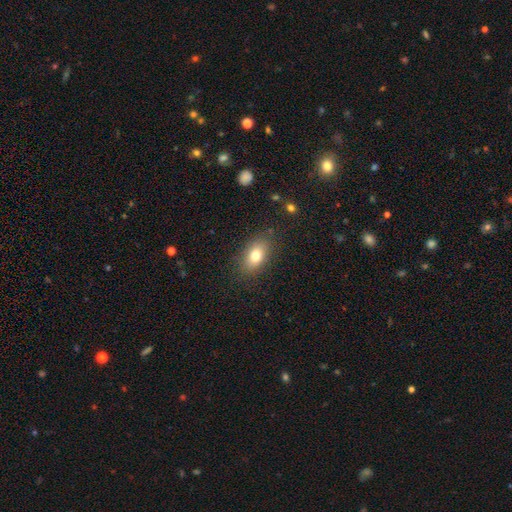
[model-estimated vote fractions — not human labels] The model was most divided on "smooth or featured": smooth: 78%, featured or disk: 13%, star or artifact: 9%. More confident: how rounded — in between (86%); merging — none (84%).